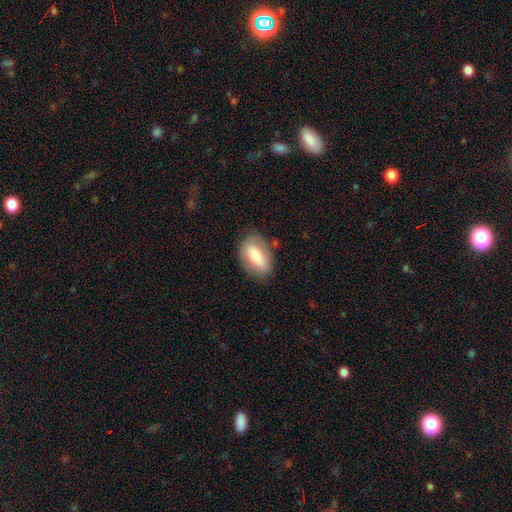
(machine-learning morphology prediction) Smooth or featured? smooth (67%)
How rounded? in between (90%)
Merging? none (78%)